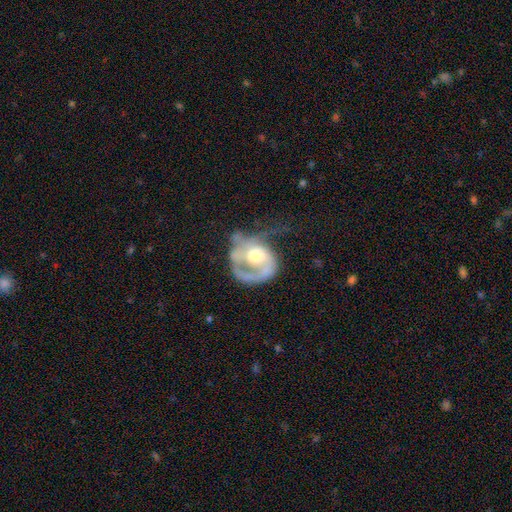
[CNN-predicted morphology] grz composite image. It shows a featured or disk galaxy (74%) with no bar (72%), 1 (57%) medium (37%) spiral arms (75%) and a moderate central bulge (64%). Merging: major disturbance (45%).